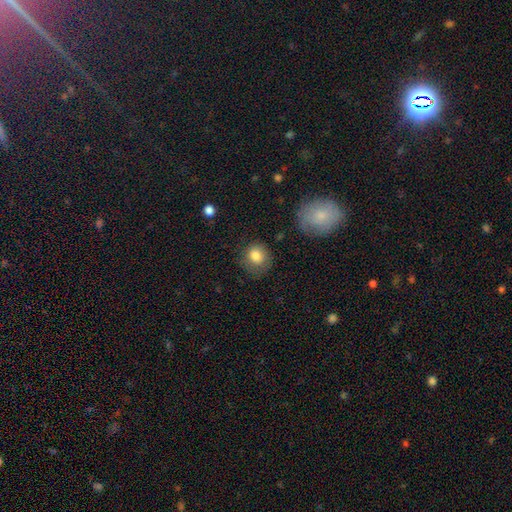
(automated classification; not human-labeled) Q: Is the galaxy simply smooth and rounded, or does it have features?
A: smooth — 82%.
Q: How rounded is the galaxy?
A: round — 79%.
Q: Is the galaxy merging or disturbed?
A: none — 71%.